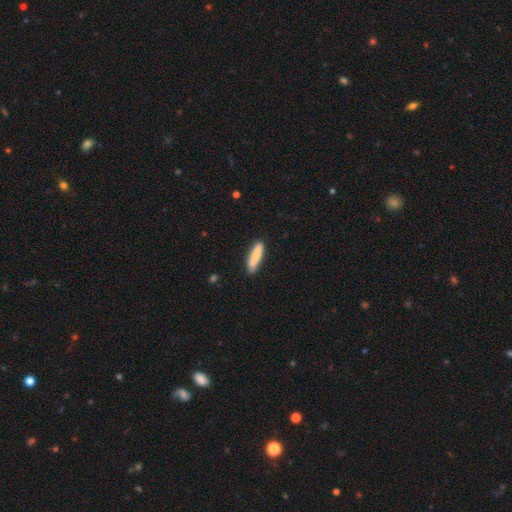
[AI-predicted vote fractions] A smooth galaxy with no disk features (80%) that is cigar-shaped (79%). Merging: none (84%).